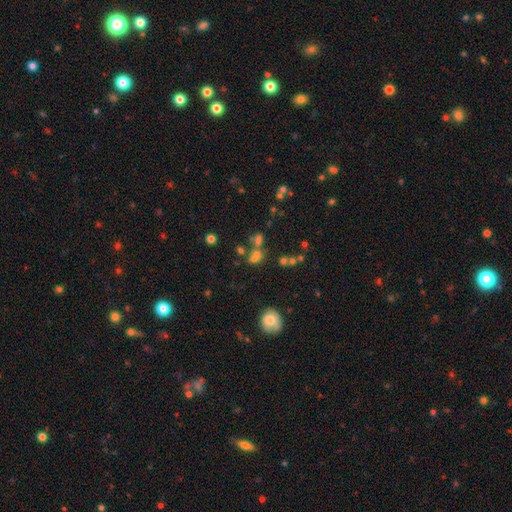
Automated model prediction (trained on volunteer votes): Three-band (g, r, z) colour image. It shows a smooth galaxy with no disk features (57%) that is round (50%). Merging: none (42%).